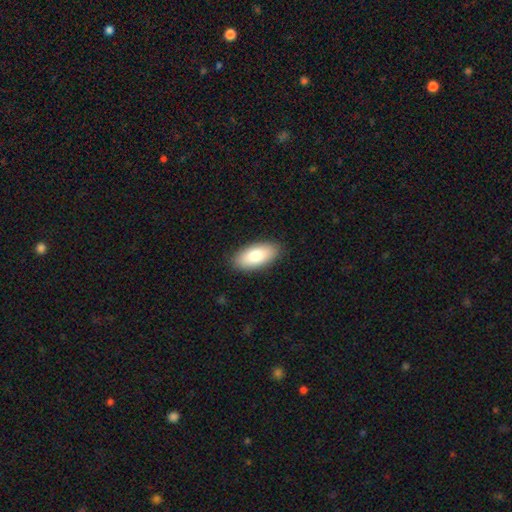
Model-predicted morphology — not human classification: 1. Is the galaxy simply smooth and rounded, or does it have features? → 82% smooth, 12% featured or disk, 6% star or artifact.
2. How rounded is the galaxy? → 89% in between, 8% cigar-shaped, 2% round.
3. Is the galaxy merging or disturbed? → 89% none, 8% minor disturbance, 2% major disturbance, 1% merger.